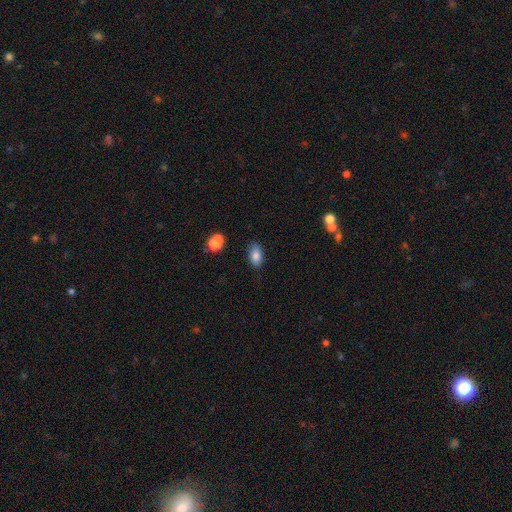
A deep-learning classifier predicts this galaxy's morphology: Overall: smooth (82%). How rounded: in between (91%). Merging: none (81%).